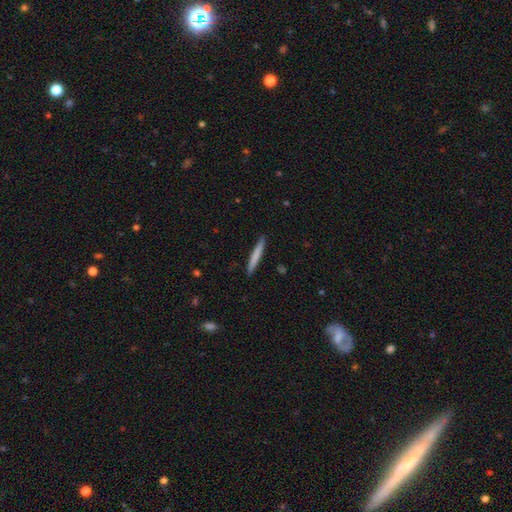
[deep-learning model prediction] Smooth or featured? smooth (72%)
How rounded? cigar-shaped (96%)
Merging? none (92%)